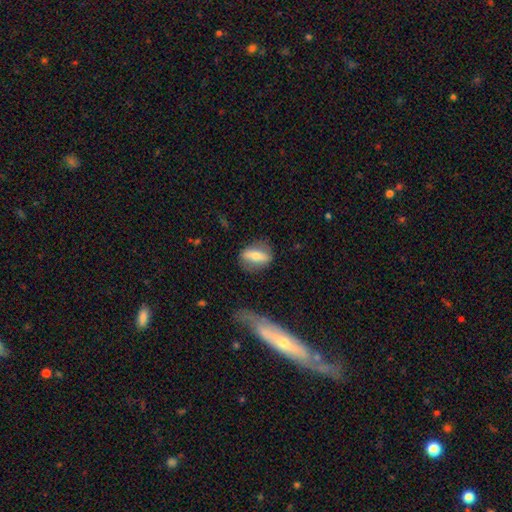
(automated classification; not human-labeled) Morphology: type=smooth (52%); roundness=in between (68%); merging=none (76%).